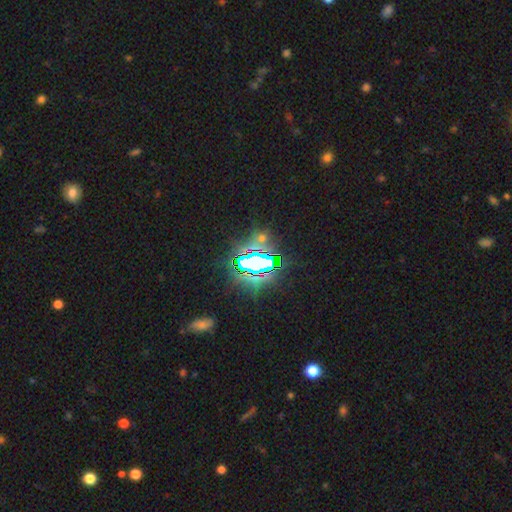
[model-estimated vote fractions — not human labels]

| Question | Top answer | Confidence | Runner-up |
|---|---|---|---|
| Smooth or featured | star or artifact | 76% | smooth (13%) |